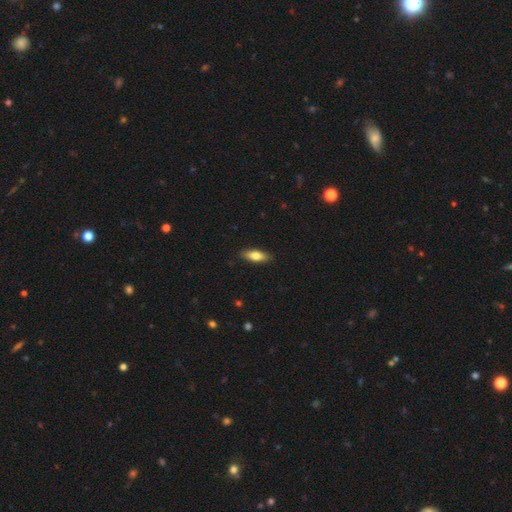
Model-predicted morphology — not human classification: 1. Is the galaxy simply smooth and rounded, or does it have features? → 74% smooth, 20% featured or disk, 6% star or artifact.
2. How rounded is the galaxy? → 66% in between, 31% cigar-shaped, 2% round.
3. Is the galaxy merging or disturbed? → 88% none, 9% minor disturbance, 2% major disturbance, 1% merger.